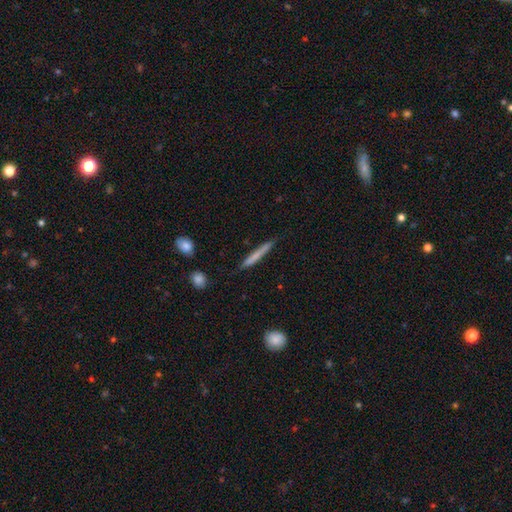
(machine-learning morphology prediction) A smooth galaxy with no disk features (65%) that is cigar-shaped (95%).

Vote fractions:
- Smooth or featured? smooth: 65% / featured or disk: 29% / star or artifact: 6%
- How rounded? cigar-shaped: 95% / in between: 3% / round: 2%
- Merging? none: 83% / minor disturbance: 13% / major disturbance: 2% / merger: 2%